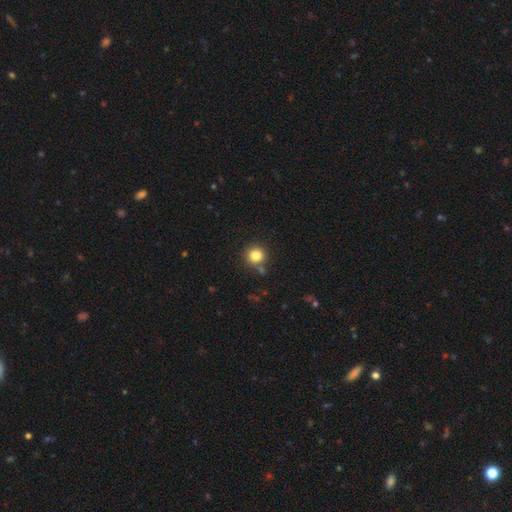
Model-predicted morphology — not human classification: This is clearly a smooth galaxy (82%). How rounded: clearly round (93%). Merging: clearly none (81%).